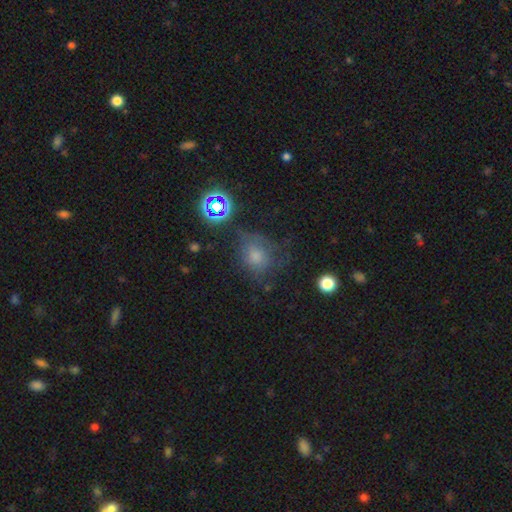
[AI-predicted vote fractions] Overall: smooth (61%; star or artifact 24%). How rounded: round (71%). Merging: none (55%; minor disturbance 24%).